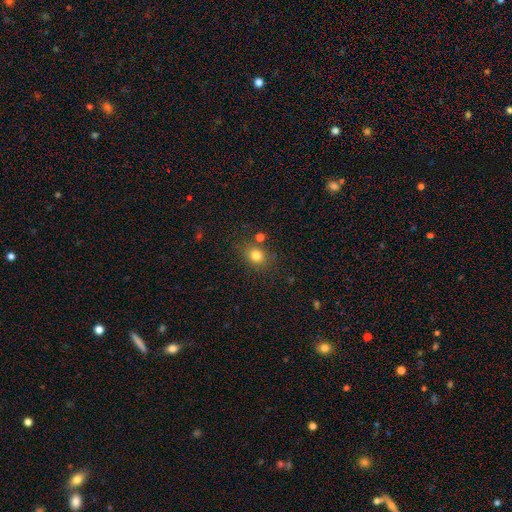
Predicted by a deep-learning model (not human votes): This appears to be a smooth galaxy with no disk features (79%) that is round (68%). Merging: none (77%).